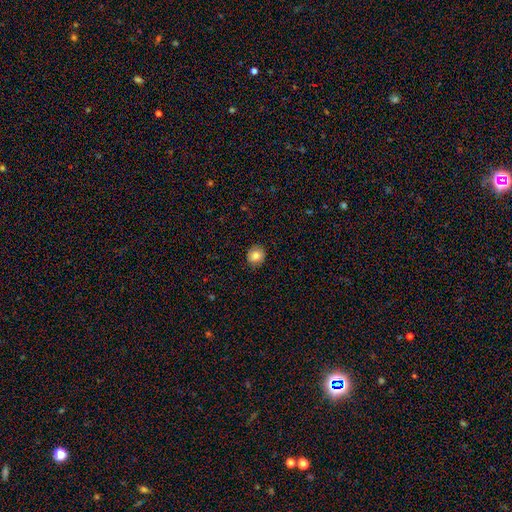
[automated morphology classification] Smooth or featured: smooth — 82% (star or artifact — 9%)
How rounded: round — 86% (in between — 13%)
Merging: none — 88% (minor disturbance — 9%)